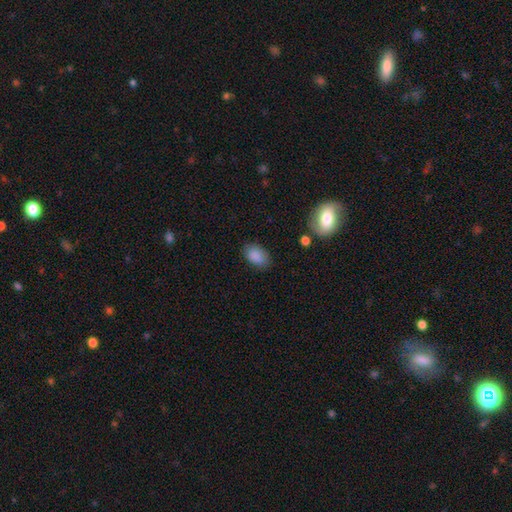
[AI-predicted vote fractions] Smooth or featured? Predicted: smooth (p=0.87). How rounded? Predicted: in between (p=0.89). Merging? Predicted: none (p=0.82).